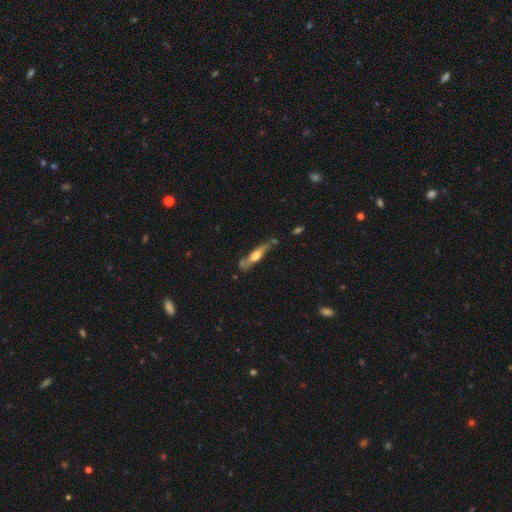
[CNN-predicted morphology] Q: Smooth or featured?
A: featured or disk (54%); runner-up: smooth (40%)
Q: Edge-on disk?
A: yes (83%); runner-up: no (17%)
Q: Merging?
A: none (61%); runner-up: minor disturbance (21%)